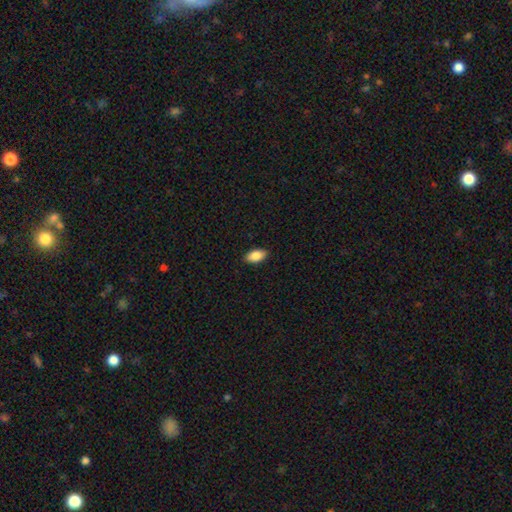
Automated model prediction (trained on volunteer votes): smooth 87%, star or artifact 7%, featured or disk 6%. Down the decision tree: how rounded — in between (93%); merging — none (89%).